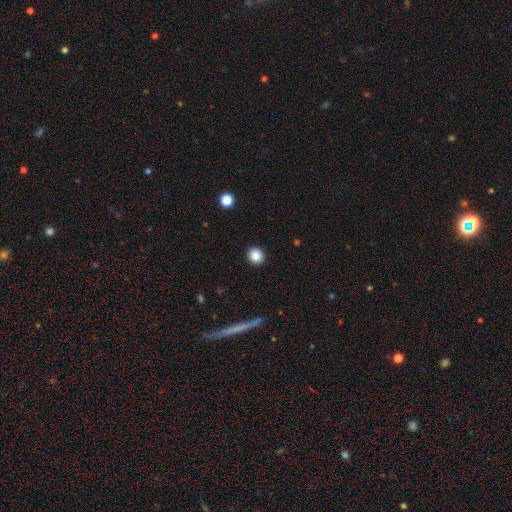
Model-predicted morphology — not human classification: Q: Smooth or featured?
A: smooth (86%); runner-up: star or artifact (10%)
Q: How rounded?
A: round (86%); runner-up: in between (13%)
Q: Merging?
A: none (92%); runner-up: minor disturbance (5%)